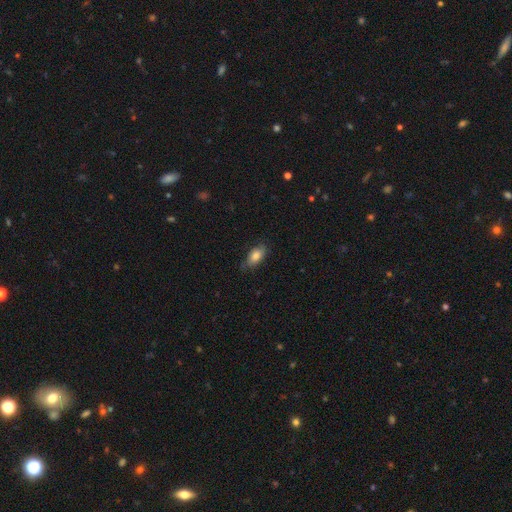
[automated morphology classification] A smooth galaxy with no disk features (76%) that is in between round and cigar-shaped (88%). Merging: none (69%).